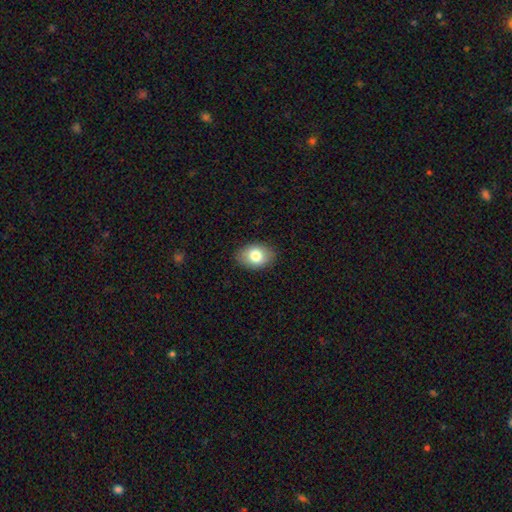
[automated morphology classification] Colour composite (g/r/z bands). It shows a smooth galaxy with no disk features (80%) that is in between round and cigar-shaped (81%). Merging: none (87%).